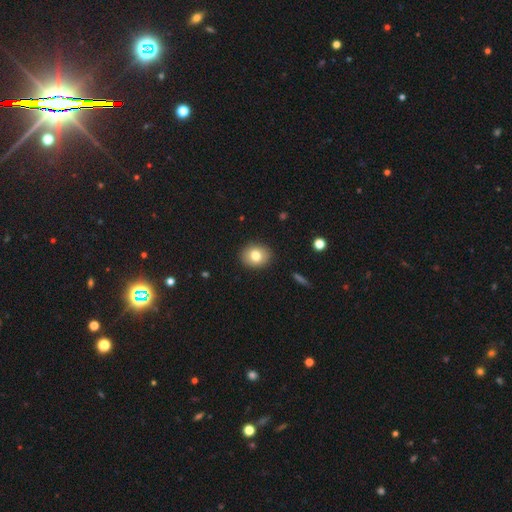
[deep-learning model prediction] A smooth galaxy with no disk features (78%) that is round (63%).

Vote fractions:
- Smooth or featured? smooth: 78% / featured or disk: 12% / star or artifact: 9%
- How rounded? round: 63% / in between: 36% / cigar-shaped: 1%
- Merging? none: 89% / minor disturbance: 8% / major disturbance: 2% / merger: 1%